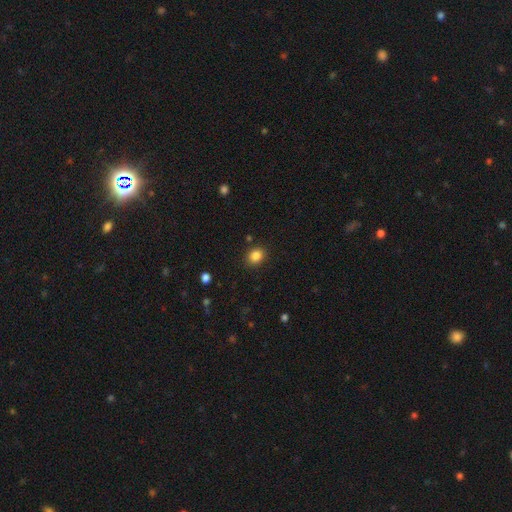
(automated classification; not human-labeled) smooth-or-featured: smooth: 85% | star or artifact: 11% | featured or disk: 4%
  how-rounded: round: 62% | in between: 37% | cigar-shaped: 1%
  merging: none: 88% | minor disturbance: 8% | major disturbance: 2% | merger: 2%